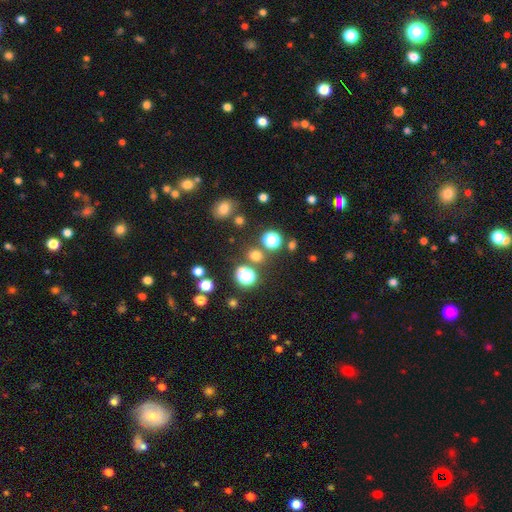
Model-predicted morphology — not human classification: smooth_or_featured: smooth (p=0.61) [alt: star or artifact p=0.32]
how_rounded: round (p=0.85) [alt: in between p=0.14]
merging: none (p=0.78) [alt: merger p=0.10]